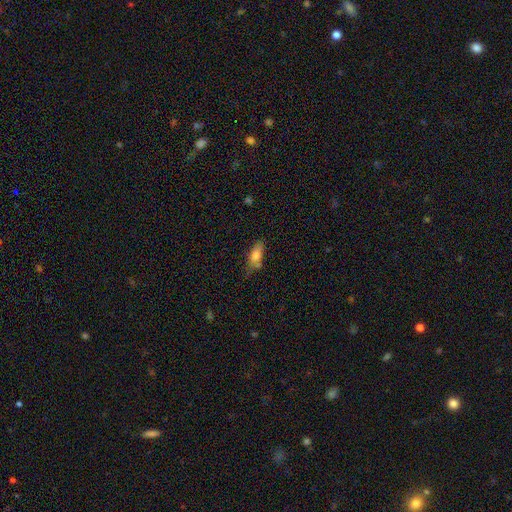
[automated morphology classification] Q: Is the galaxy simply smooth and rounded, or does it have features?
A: smooth — 76%.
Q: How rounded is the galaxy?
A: in between — 73%.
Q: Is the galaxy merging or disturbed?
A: none — 52%.